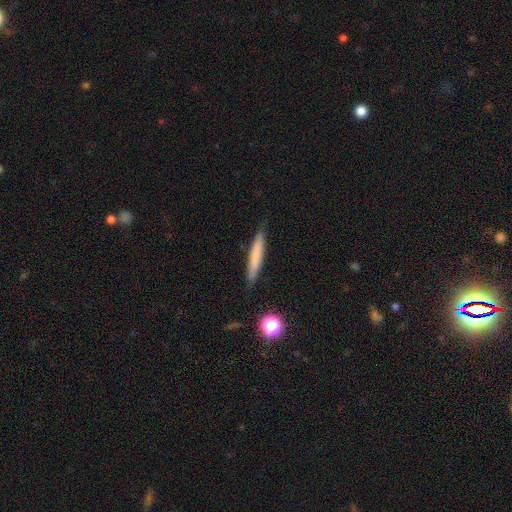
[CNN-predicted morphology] smooth 70%, featured or disk 22%, star or artifact 8%. Down the decision tree: how rounded — cigar-shaped (93%); merging — none (86%).